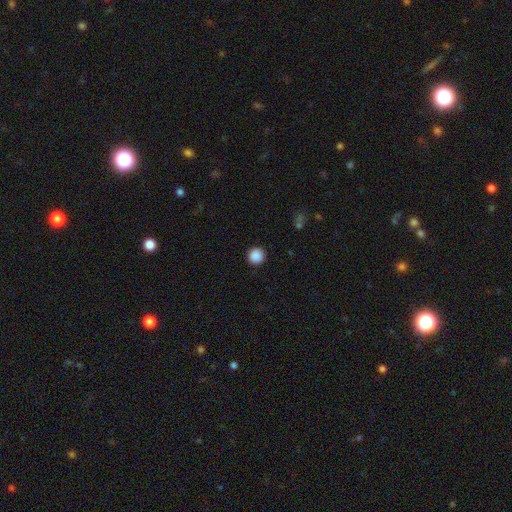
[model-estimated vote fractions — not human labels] smooth_or_featured: smooth (p=0.88) [alt: star or artifact p=0.09]
how_rounded: round (p=0.96) [alt: in between p=0.03]
merging: none (p=0.92) [alt: minor disturbance p=0.05]